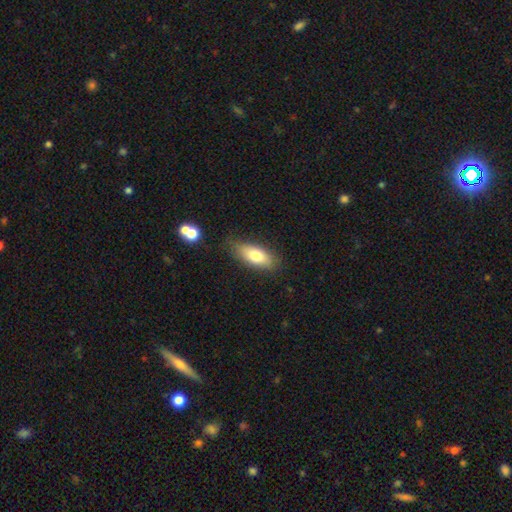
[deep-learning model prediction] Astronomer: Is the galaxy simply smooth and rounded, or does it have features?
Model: smooth — 75%.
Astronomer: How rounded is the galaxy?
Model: in between — 80%.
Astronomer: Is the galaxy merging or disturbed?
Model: none — 79%.